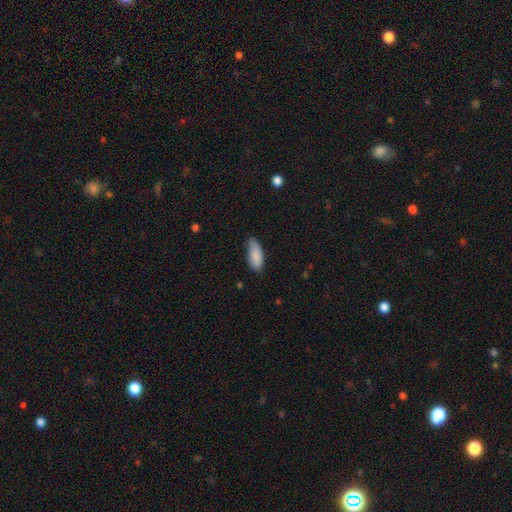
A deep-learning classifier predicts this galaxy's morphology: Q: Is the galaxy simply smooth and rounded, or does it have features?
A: smooth — 87%.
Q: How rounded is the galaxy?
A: in between — 78%.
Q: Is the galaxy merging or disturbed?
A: none — 68%.